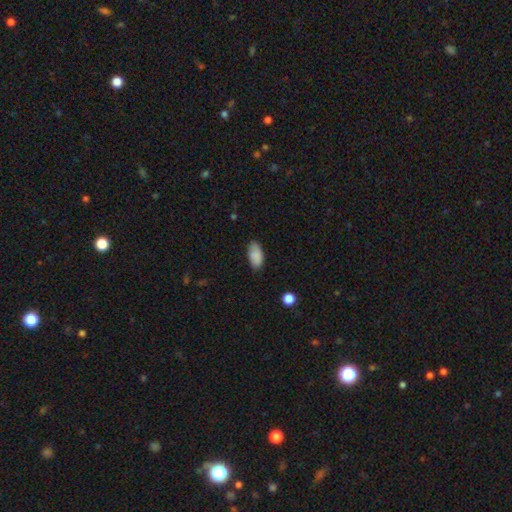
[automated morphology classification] This is clearly a smooth galaxy (86%). How rounded: clearly in between (93%). Merging: likely none (72%).